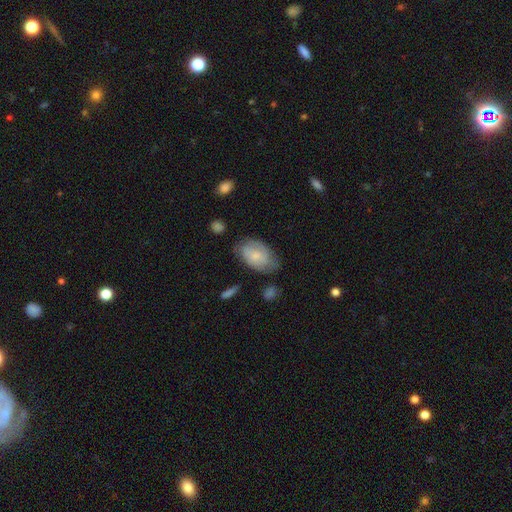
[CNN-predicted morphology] This appears to be a smooth galaxy with no disk features (65%) that is in between round and cigar-shaped (90%). Merging: none (59%).